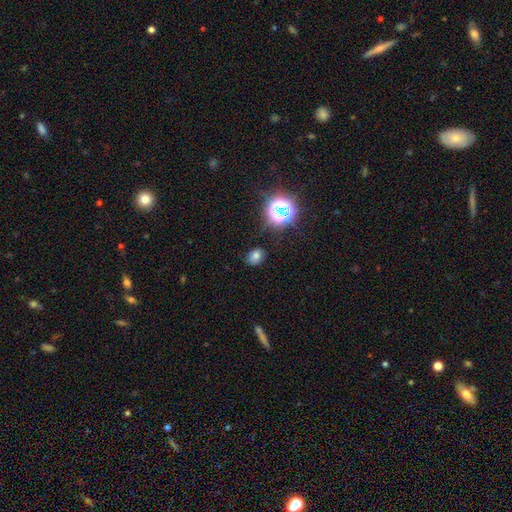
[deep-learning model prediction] Smooth or featured? Predicted: smooth (p=0.71). How rounded? Predicted: in between (p=0.57). Merging? Predicted: none (p=0.82).